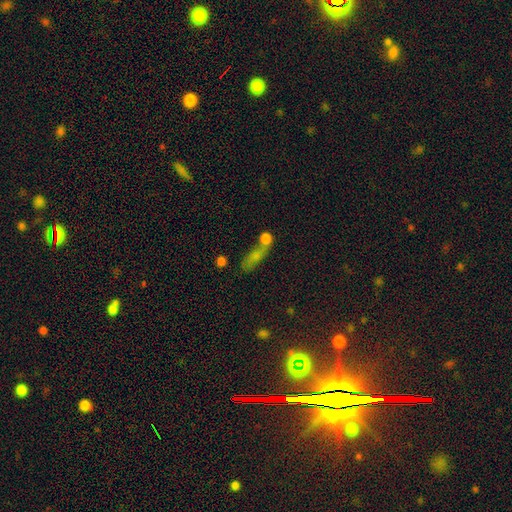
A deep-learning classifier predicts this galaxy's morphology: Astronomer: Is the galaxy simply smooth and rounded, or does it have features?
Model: smooth — 64%.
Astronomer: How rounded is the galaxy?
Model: in between — 49% (runner-up: cigar-shaped, 35%).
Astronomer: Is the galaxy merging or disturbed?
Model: none — 39% (runner-up: merger, 36%).